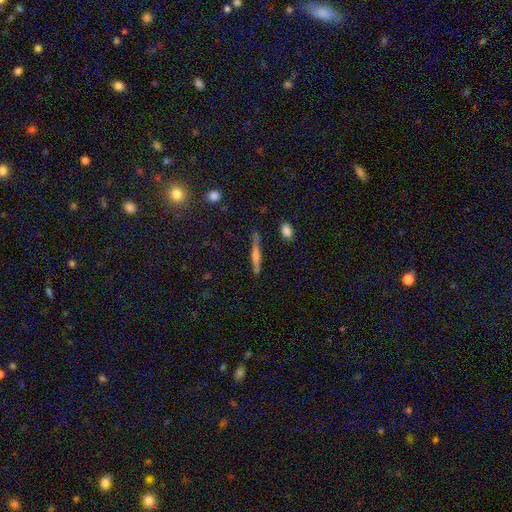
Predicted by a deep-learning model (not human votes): smooth-or-featured: featured or disk: 48% | smooth: 44% | star or artifact: 8%
  merging: none: 80% | minor disturbance: 14% | major disturbance: 3% | merger: 3%